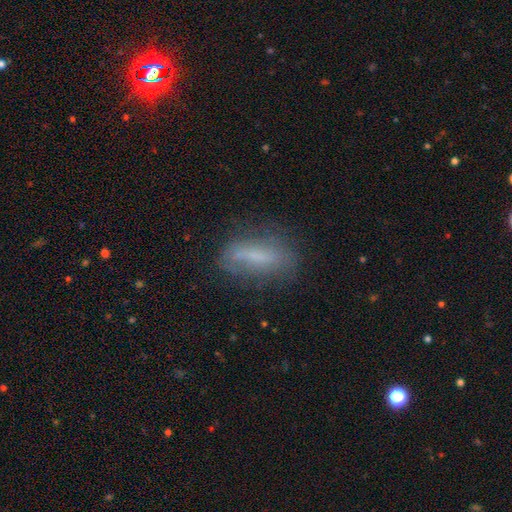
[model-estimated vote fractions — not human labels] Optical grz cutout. It shows a smooth galaxy with no disk features (56%) that is in between round and cigar-shaped (54%). Merging: none (66%).